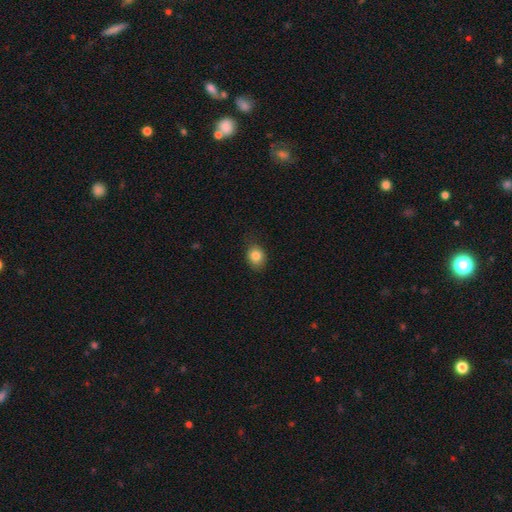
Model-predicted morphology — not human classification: A smooth galaxy with no disk features (84%) that is round (56%). Merging: none (79%).